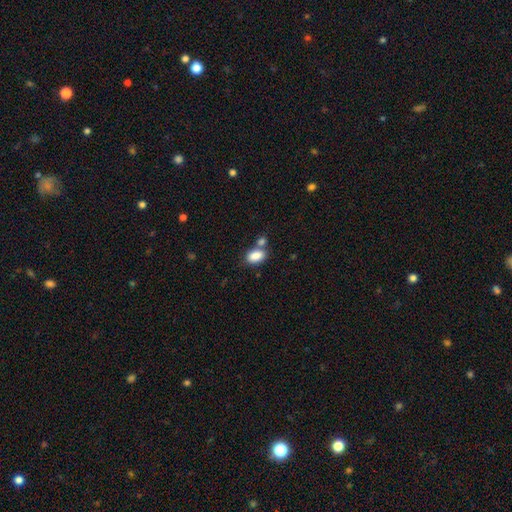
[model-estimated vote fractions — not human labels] This is clearly a smooth galaxy (86%). How rounded: clearly in between (88%). Merging: possibly none (53%).